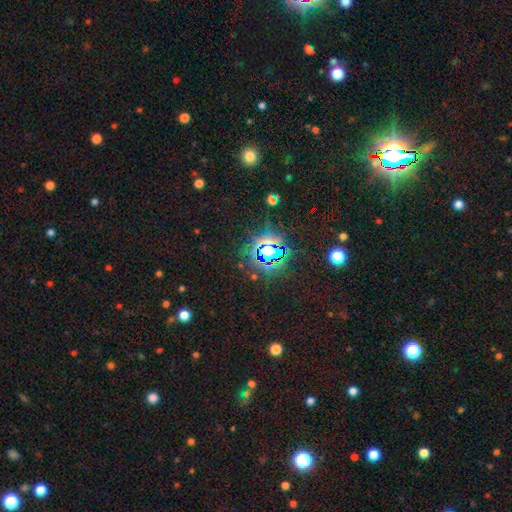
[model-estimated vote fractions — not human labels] star or artifact 82%, smooth 11%, featured or disk 7%.